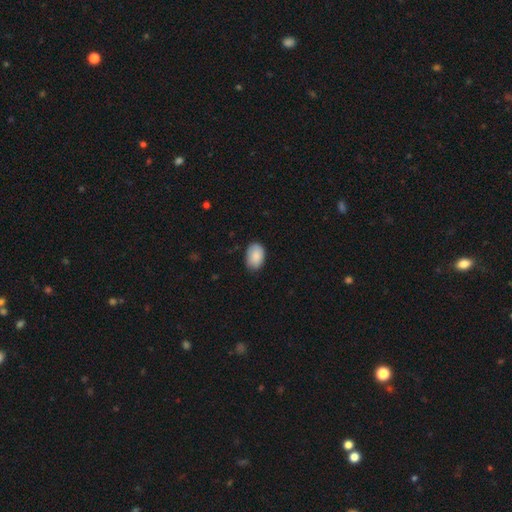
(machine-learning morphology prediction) smooth-or-featured: smooth: 88% | star or artifact: 6% | featured or disk: 6%
  how-rounded: in between: 89% | round: 10% | cigar-shaped: 1%
  merging: none: 79% | minor disturbance: 18% | major disturbance: 3% | merger: 1%